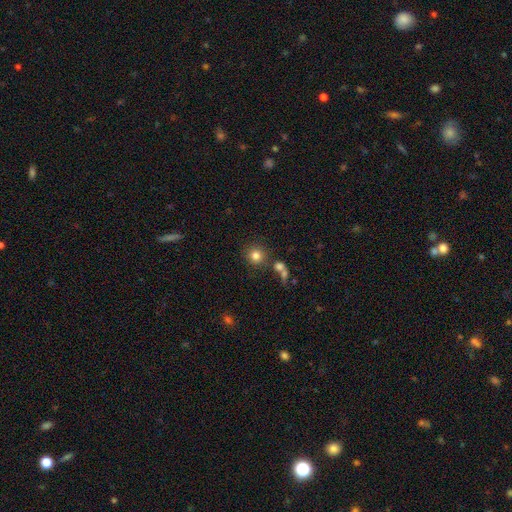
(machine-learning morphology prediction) This is clearly a smooth galaxy (81%). How rounded: clearly round (92%). Merging: likely none (77%).